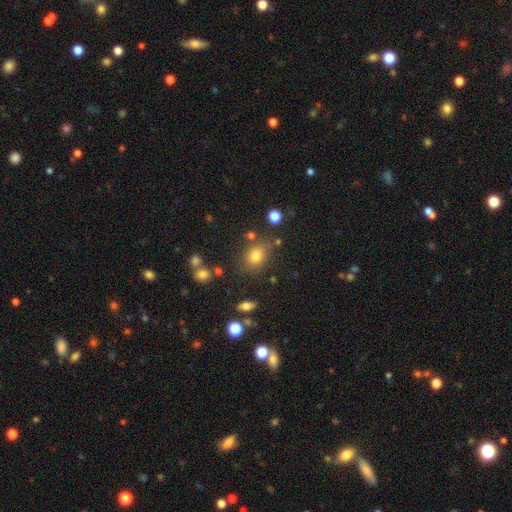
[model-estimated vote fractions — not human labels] Overall: smooth (74%). How rounded: round (54%; in between 44%). Merging: none (77%).